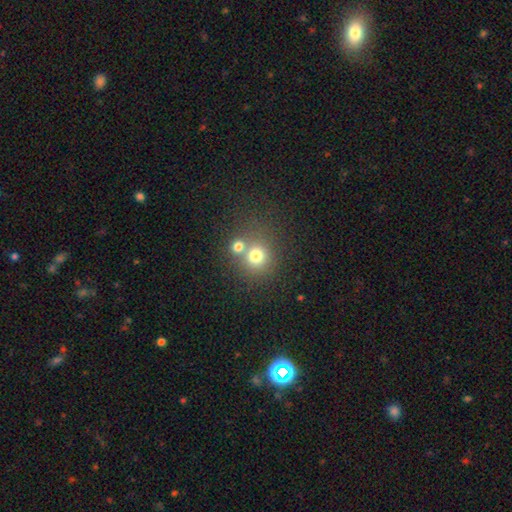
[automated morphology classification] A smooth galaxy with no disk features (73%) that is round (87%).

Vote fractions:
- Smooth or featured? smooth: 73% / star or artifact: 15% / featured or disk: 12%
- How rounded? round: 87% / in between: 12% / cigar-shaped: 1%
- Merging? none: 50% / merger: 39% / minor disturbance: 7% / major disturbance: 4%